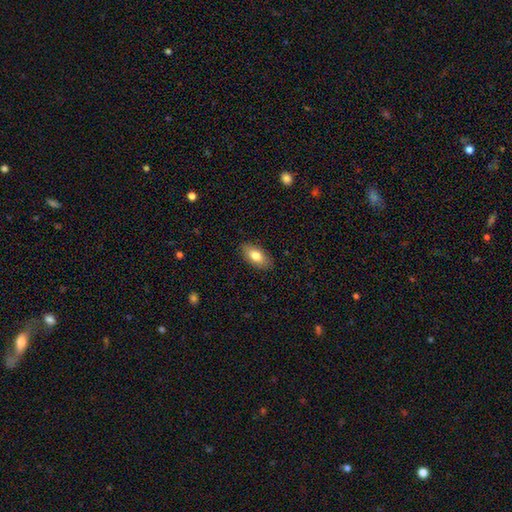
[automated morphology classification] Smooth or featured? smooth (79%)
How rounded? in between (91%)
Merging? none (87%)